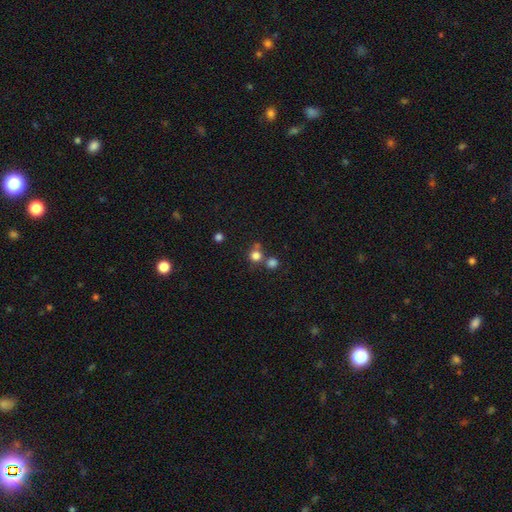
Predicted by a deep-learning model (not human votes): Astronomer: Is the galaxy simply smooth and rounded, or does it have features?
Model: smooth — 78%.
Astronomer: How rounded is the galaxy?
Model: round — 90%.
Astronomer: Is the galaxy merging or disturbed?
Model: none — 63%.